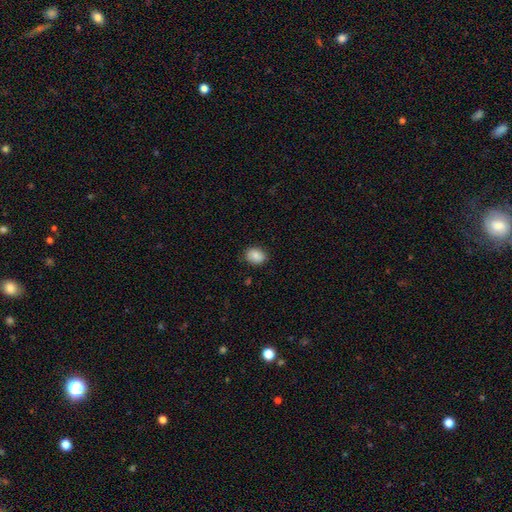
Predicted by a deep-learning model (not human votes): Smooth or featured? Predicted: smooth (p=0.85). How rounded? Predicted: in between (p=0.56). Merging? Predicted: none (p=0.84).